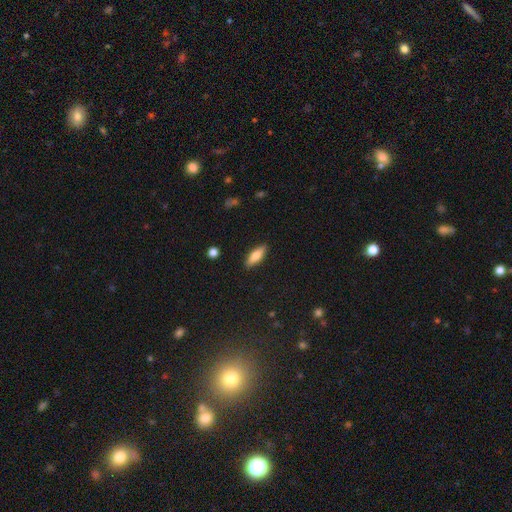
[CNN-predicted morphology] Smooth or featured? Predicted: smooth (p=0.71). How rounded? Predicted: in between (p=0.53). Merging? Predicted: none (p=0.89).